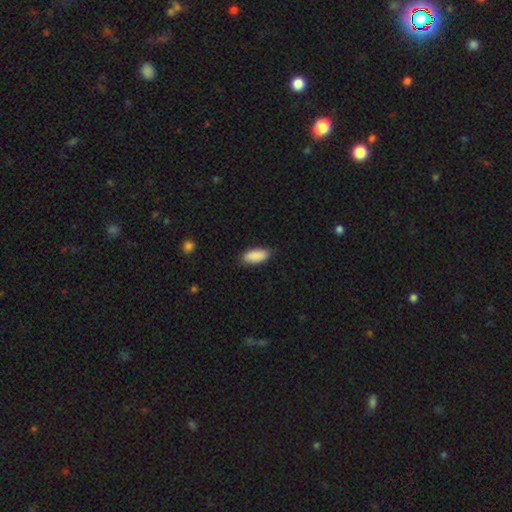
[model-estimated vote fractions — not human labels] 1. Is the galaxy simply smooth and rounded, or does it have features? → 90% smooth, 6% star or artifact, 4% featured or disk.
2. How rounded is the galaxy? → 85% in between, 13% cigar-shaped, 2% round.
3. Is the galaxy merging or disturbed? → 83% none, 14% minor disturbance, 2% major disturbance, 1% merger.